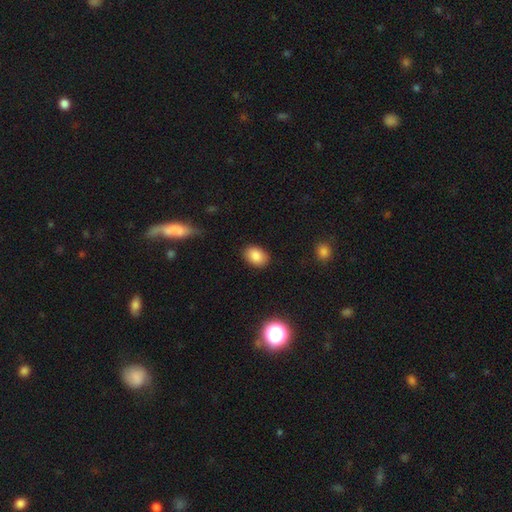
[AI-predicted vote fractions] Overall: smooth (86%). How rounded: in between (78%). Merging: none (86%).